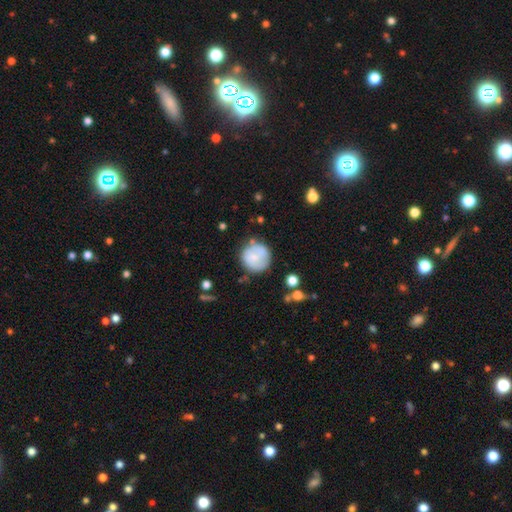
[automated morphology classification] Smooth or featured? Predicted: smooth (p=0.69). How rounded? Predicted: round (p=0.93). Merging? Predicted: none (p=0.72).